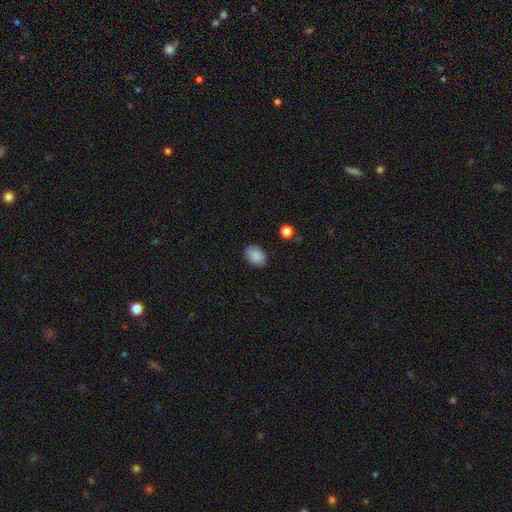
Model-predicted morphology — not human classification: Overall: smooth (88%). How rounded: in between (70%). Merging: none (84%).